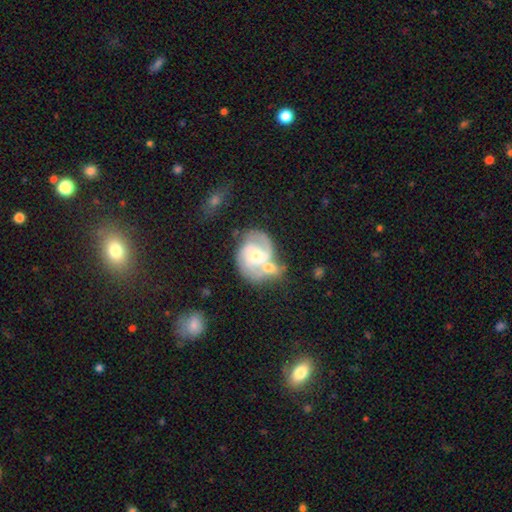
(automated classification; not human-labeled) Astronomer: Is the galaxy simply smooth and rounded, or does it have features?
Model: featured or disk — 82%.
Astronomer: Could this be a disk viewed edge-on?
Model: no — 98%.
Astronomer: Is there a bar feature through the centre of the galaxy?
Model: no — 54% (runner-up: weak, 38%).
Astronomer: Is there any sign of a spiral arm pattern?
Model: yes — 95%.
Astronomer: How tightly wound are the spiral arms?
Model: medium — 50% (runner-up: tight, 35%).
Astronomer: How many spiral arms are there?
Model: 2 — 58%.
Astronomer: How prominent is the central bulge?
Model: moderate — 51% (runner-up: small, 43%).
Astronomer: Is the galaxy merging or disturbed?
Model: merger — 43% (runner-up: none, 34%).